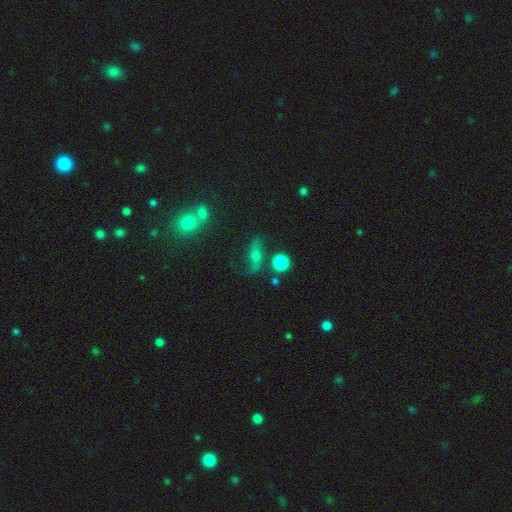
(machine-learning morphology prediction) A featured or disk galaxy (57%). Merging: none (63%).